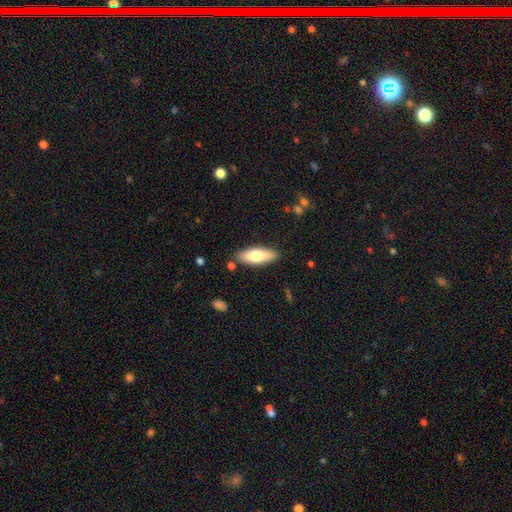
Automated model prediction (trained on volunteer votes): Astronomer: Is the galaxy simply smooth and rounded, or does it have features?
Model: smooth — 69%.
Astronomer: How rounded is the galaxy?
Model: in between — 64%.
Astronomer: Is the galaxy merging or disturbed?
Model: none — 85%.